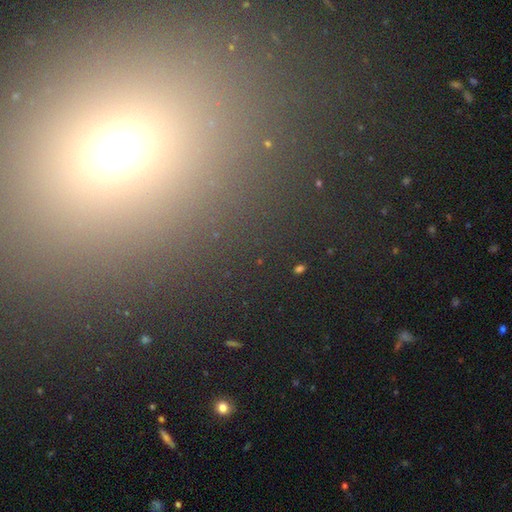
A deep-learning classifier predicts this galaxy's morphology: Smooth or featured? Predicted: smooth (p=0.45). Merging? Predicted: none (p=0.86).